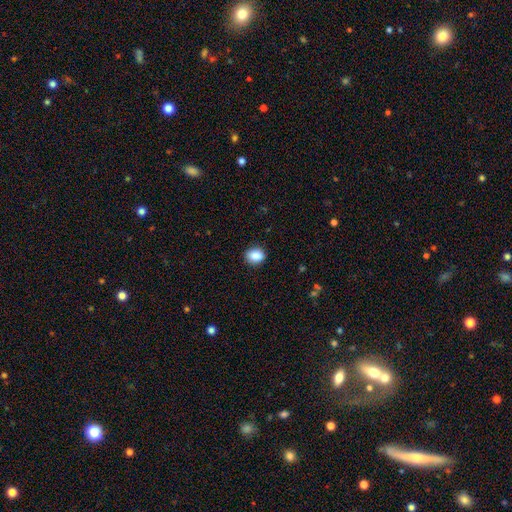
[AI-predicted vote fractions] This appears to be a smooth galaxy with no disk features (86%) that is round (51%). Merging: none (88%).